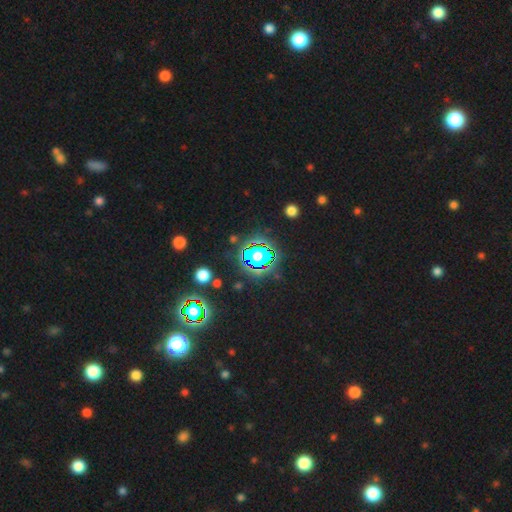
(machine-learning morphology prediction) smooth_or_featured: star or artifact (p=0.60) [alt: smooth p=0.26]